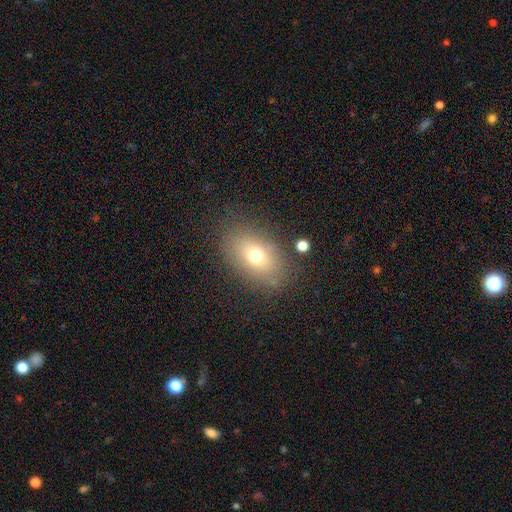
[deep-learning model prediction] The model was most divided on "smooth or featured": smooth: 70%, featured or disk: 17%, star or artifact: 13%. More confident: how rounded — in between (81%); merging — none (79%).